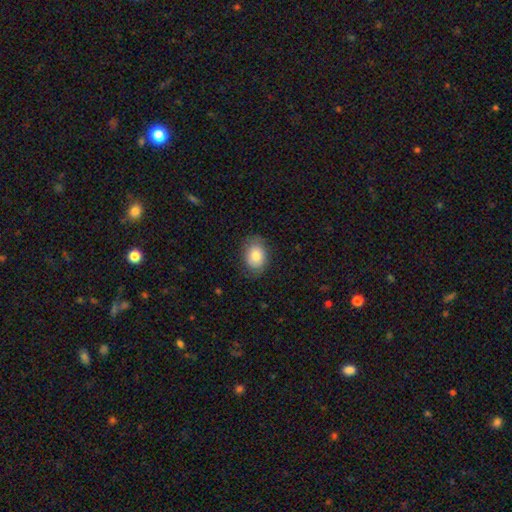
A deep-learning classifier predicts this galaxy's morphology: This appears to be a smooth galaxy with no disk features (80%) that is in between round and cigar-shaped (73%). Merging: none (77%).